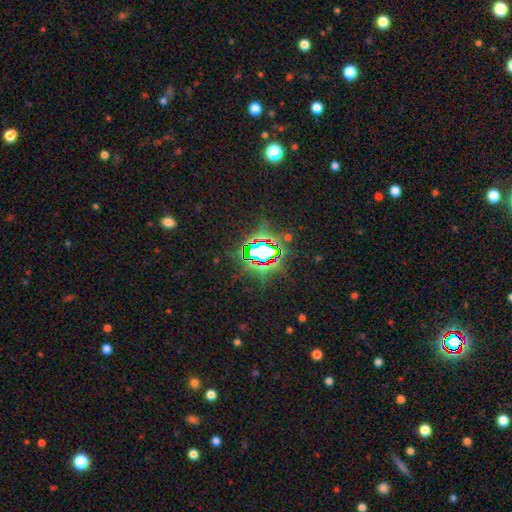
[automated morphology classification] smooth_or_featured: star or artifact (p=0.79) [alt: smooth p=0.12]